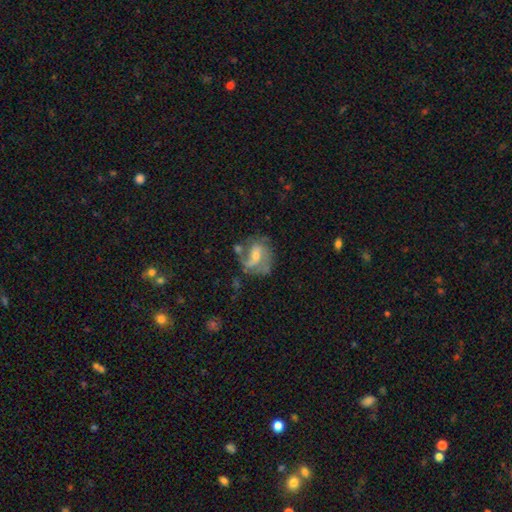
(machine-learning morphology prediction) Smooth or featured: featured or disk — 77% (smooth — 16%)
Edge-on disk: no — 98% (yes — 2%)
Bar: weak — 50% (no — 33%)
Spiral arms: yes — 90% (no — 10%)
Spiral winding: medium — 48% (loose — 33%)
Spiral arm count: 2 — 54% (1 — 14%)
Bulge size: moderate — 47% (small — 44%)
Merging: none — 48% (minor disturbance — 22%)